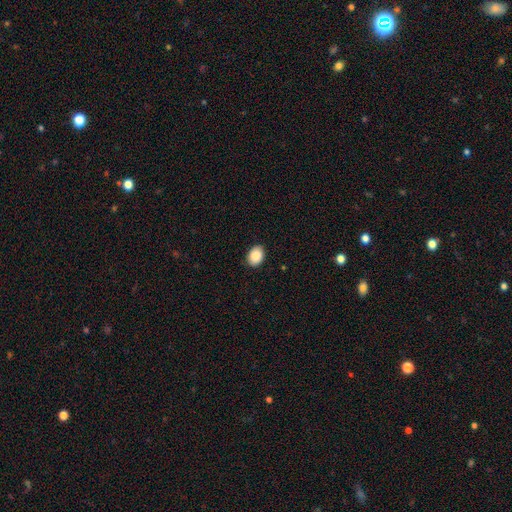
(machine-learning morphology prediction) type=smooth (90%); roundness=in between (73%); merging=none (89%).